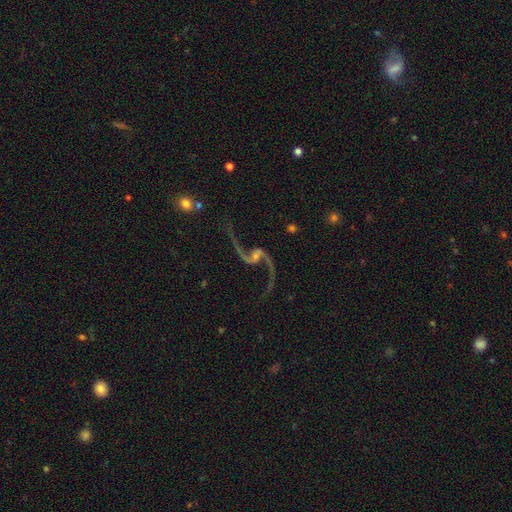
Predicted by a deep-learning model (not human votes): Smooth or featured? Predicted: featured or disk (p=0.92). Edge-on disk? Predicted: no (p=0.97). Bar? Predicted: no (p=0.40, tied with weak). Spiral arms? Predicted: yes (p=0.98). Spiral winding? Predicted: loose (p=0.90). Spiral arm count? Predicted: 2 (p=0.95). Bulge size? Predicted: small (p=0.57). Merging? Predicted: none (p=0.74).